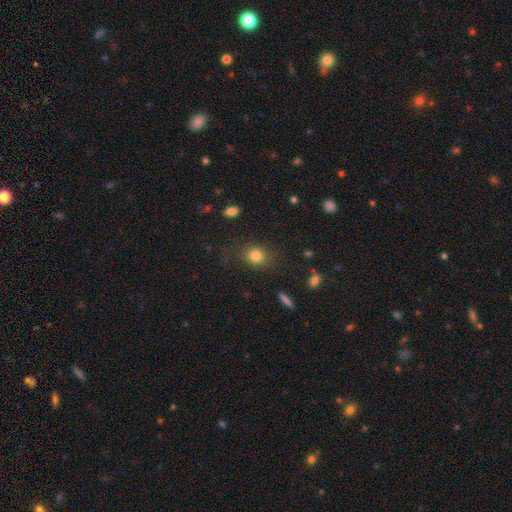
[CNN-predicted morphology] The model was most divided on "how rounded": round: 64%, in between: 35%, cigar-shaped: 1%. More confident: smooth or featured — smooth (81%); merging — none (76%).